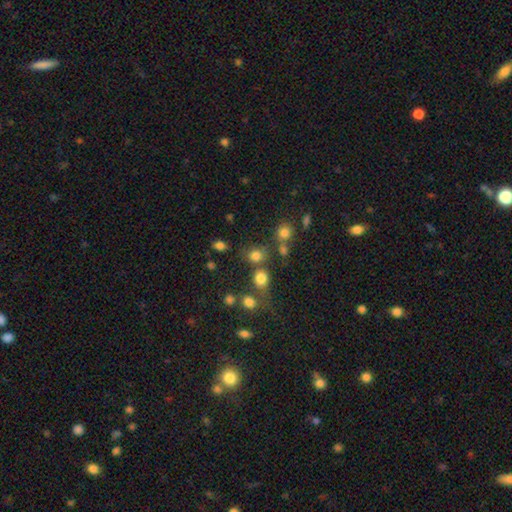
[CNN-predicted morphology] Smooth or featured?
  - smooth: 76% *
  - star or artifact: 17%
  - featured or disk: 7%
How rounded?
  - round: 73% *
  - in between: 26%
  - cigar-shaped: 1%
Merging?
  - none: 62% *
  - merger: 19%
  - minor disturbance: 12%
  - major disturbance: 6%